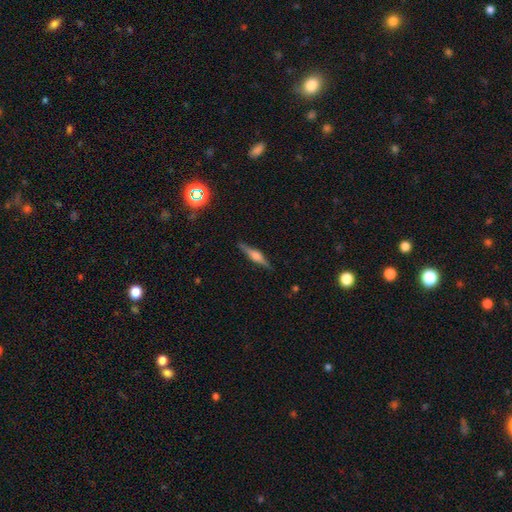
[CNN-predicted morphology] Overall: featured or disk (74%). Edge-on disk: yes (97%). Edge-on bulge: rounded (82%). Merging: none (89%).